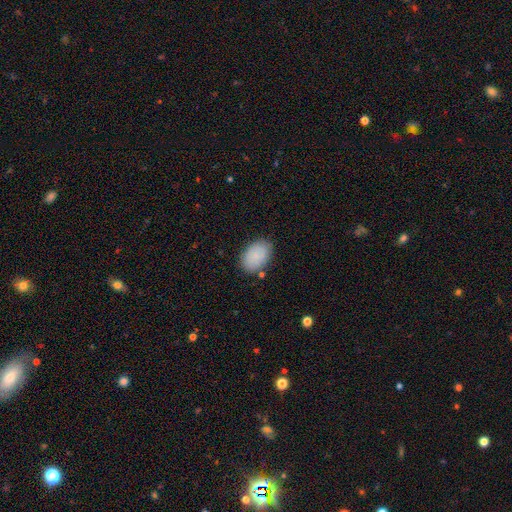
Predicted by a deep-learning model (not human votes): This appears to be a smooth galaxy with no disk features (87%) that is in between round and cigar-shaped (89%). Merging: none (82%).